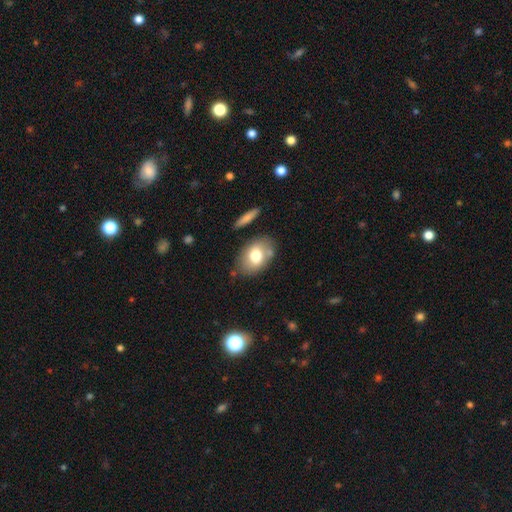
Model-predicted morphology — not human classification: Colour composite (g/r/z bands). It shows a smooth galaxy with no disk features (70%) that is in between round and cigar-shaped (80%). Merging: none (70%).